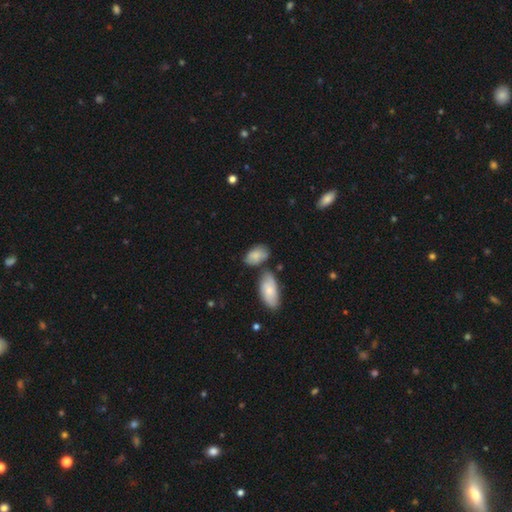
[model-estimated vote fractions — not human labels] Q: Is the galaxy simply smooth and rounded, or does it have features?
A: smooth — 76%.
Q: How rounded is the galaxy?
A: in between — 90%.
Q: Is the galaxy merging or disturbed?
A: none — 46%.